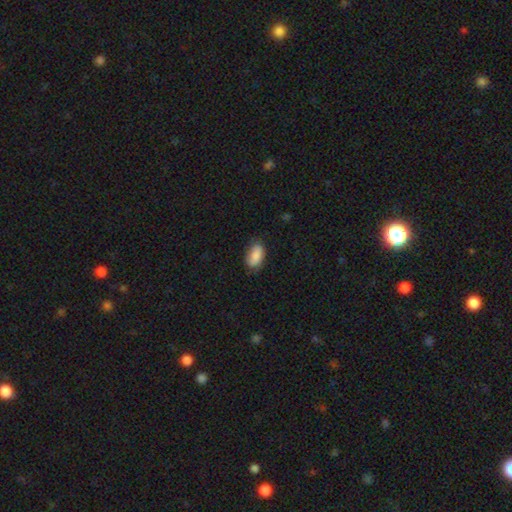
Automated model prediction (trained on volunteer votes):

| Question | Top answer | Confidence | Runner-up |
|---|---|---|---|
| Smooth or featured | smooth | 87% | star or artifact (7%) |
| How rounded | in between | 93% | round (4%) |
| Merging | none | 73% | minor disturbance (21%) |